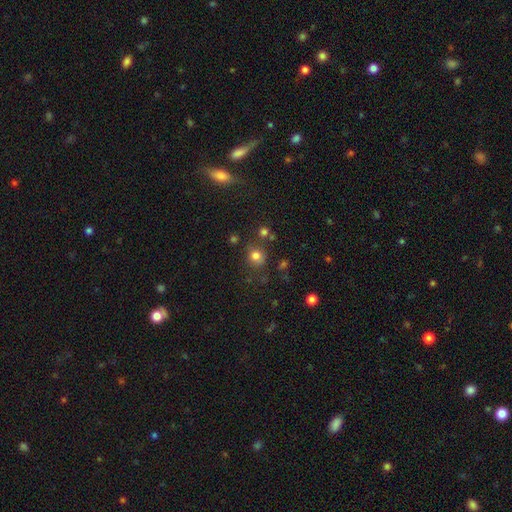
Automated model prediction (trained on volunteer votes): The model was most divided on "smooth or featured": smooth: 78%, star or artifact: 15%, featured or disk: 7%. More confident: how rounded — round (84%); merging — none (75%).